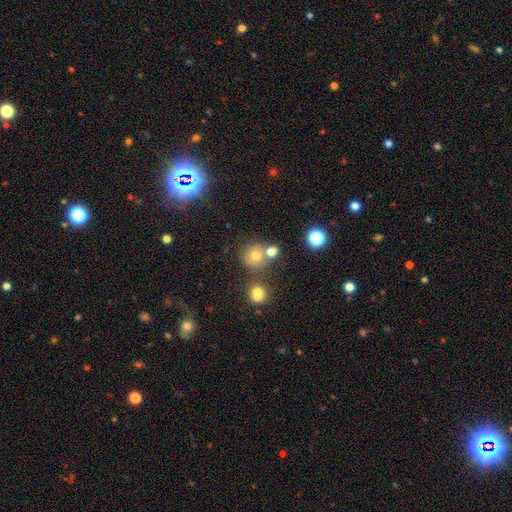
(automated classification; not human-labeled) The model was most divided on "merging": none: 58%, merger: 27%, minor disturbance: 11%, major disturbance: 5%. More confident: how rounded — round (86%); smooth or featured — smooth (68%).